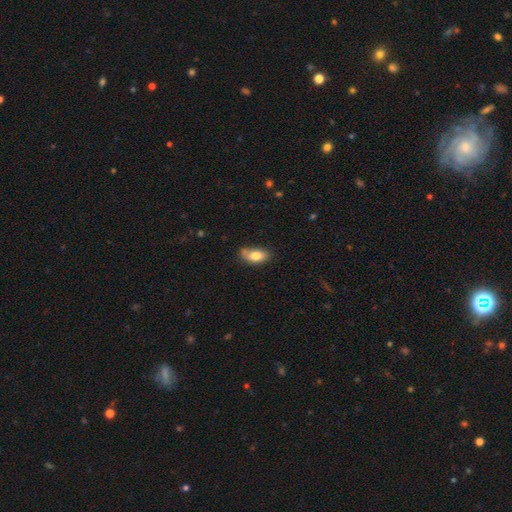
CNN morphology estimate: Smooth or featured?
  - smooth: 77% *
  - featured or disk: 15%
  - star or artifact: 8%
How rounded?
  - in between: 89% *
  - cigar-shaped: 6%
  - round: 5%
Merging?
  - none: 57% *
  - minor disturbance: 30%
  - major disturbance: 7%
  - merger: 6%